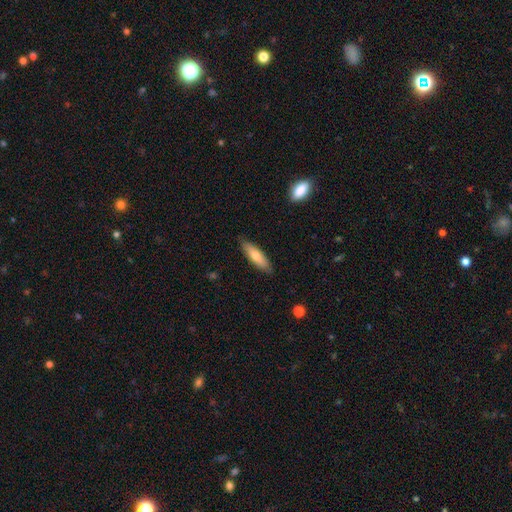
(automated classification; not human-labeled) Smooth or featured? smooth (71%)
How rounded? cigar-shaped (60%)
Merging? none (86%)